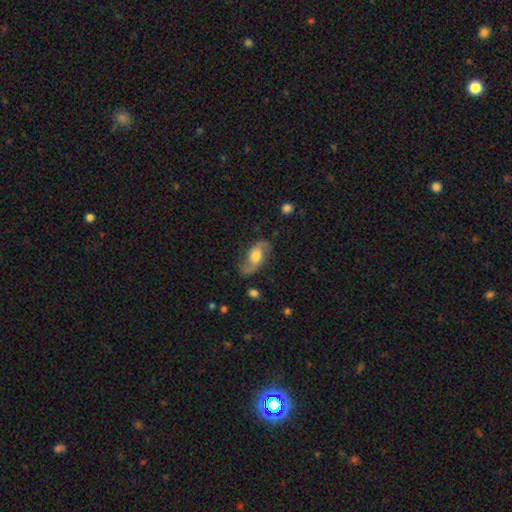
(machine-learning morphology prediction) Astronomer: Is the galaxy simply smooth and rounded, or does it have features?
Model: featured or disk — 68%.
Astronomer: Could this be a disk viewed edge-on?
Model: no — 93%.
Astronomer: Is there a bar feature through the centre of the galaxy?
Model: no — 60%.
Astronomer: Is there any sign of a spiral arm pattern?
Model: yes — 89%.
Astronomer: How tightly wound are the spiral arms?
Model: loose — 52% (runner-up: medium, 36%).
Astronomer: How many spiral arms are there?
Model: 2 — 88%.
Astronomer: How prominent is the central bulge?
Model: moderate — 62%.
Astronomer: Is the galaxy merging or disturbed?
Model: none — 71%.